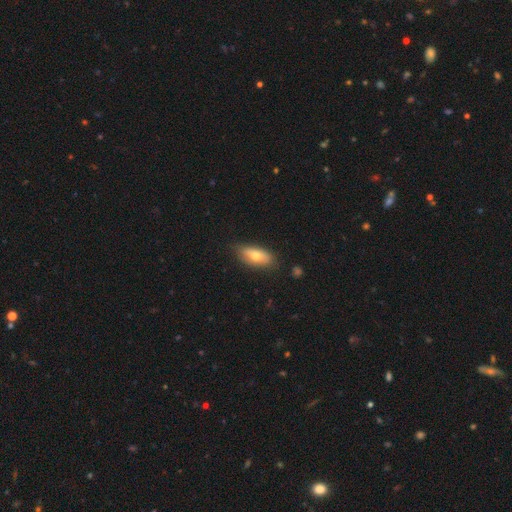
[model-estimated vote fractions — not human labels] The model was most divided on "smooth or featured": smooth: 68%, featured or disk: 26%, star or artifact: 6%. More confident: how rounded — in between (83%); merging — none (79%).